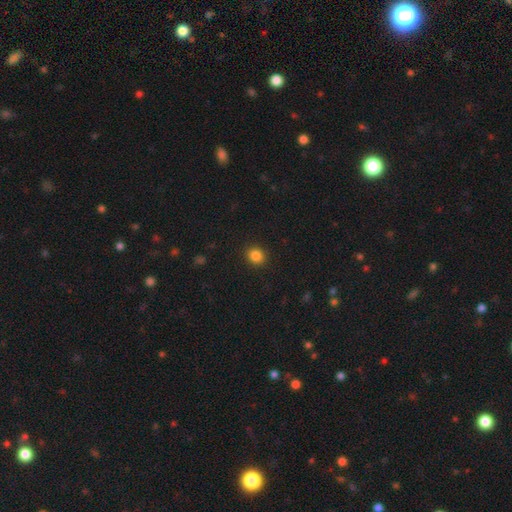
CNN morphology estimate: A smooth galaxy with no disk features (85%) that is round (79%).

Vote fractions:
- Smooth or featured? smooth: 85% / star or artifact: 11% / featured or disk: 4%
- How rounded? round: 79% / in between: 20% / cigar-shaped: 1%
- Merging? none: 91% / minor disturbance: 6% / major disturbance: 2% / merger: 1%